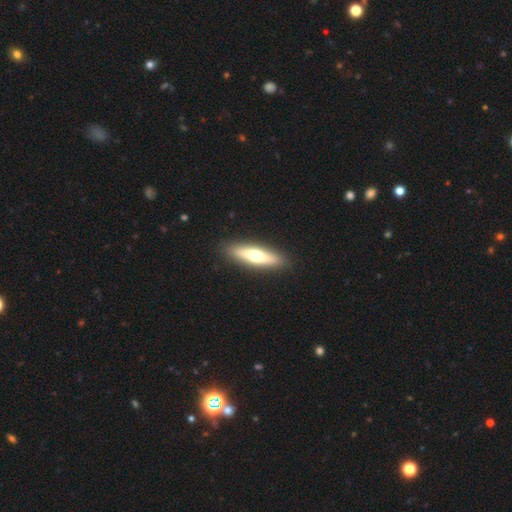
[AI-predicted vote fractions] A smooth galaxy with no disk features (54%) that is cigar-shaped (73%). Merging: none (90%).